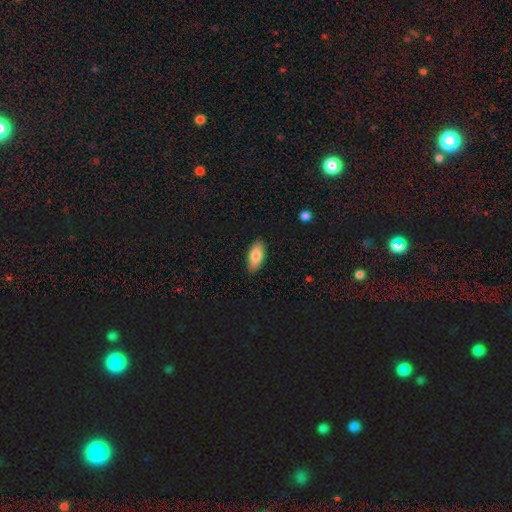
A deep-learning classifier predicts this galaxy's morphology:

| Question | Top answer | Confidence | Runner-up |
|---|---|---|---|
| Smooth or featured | smooth | 82% | featured or disk (12%) |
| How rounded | in between | 89% | cigar-shaped (8%) |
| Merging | none | 87% | minor disturbance (10%) |